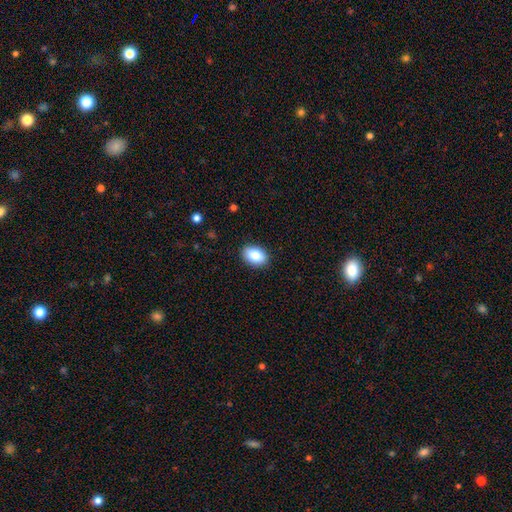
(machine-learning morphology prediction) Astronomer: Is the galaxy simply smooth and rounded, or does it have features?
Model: smooth — 86%.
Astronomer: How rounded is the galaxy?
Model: in between — 85%.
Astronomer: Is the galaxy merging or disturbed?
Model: none — 89%.